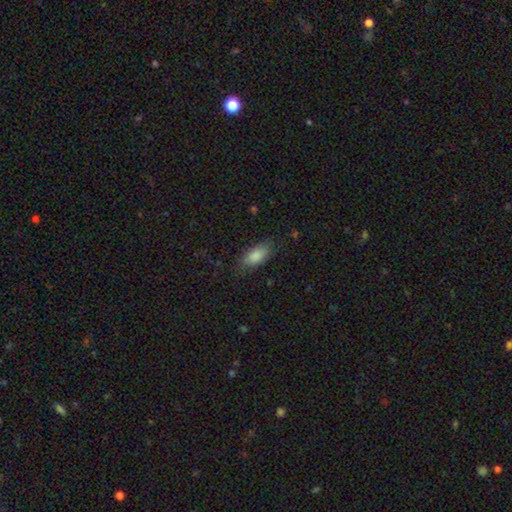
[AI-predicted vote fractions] smooth 86%, featured or disk 7%, star or artifact 7%. Down the decision tree: how rounded — in between (88%); merging — none (78%).